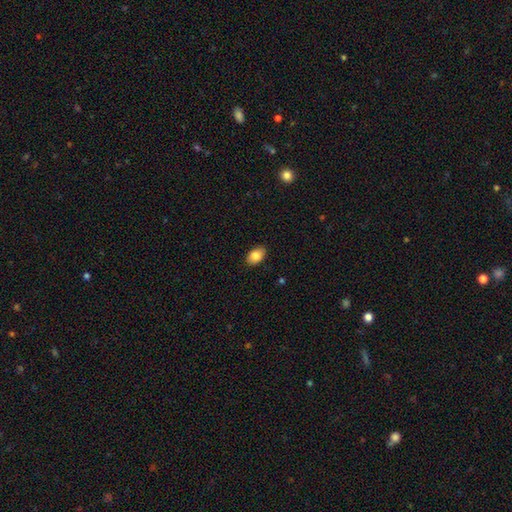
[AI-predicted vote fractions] Q: Smooth or featured?
A: smooth (85%); runner-up: star or artifact (8%)
Q: How rounded?
A: in between (87%); runner-up: round (12%)
Q: Merging?
A: none (88%); runner-up: minor disturbance (9%)